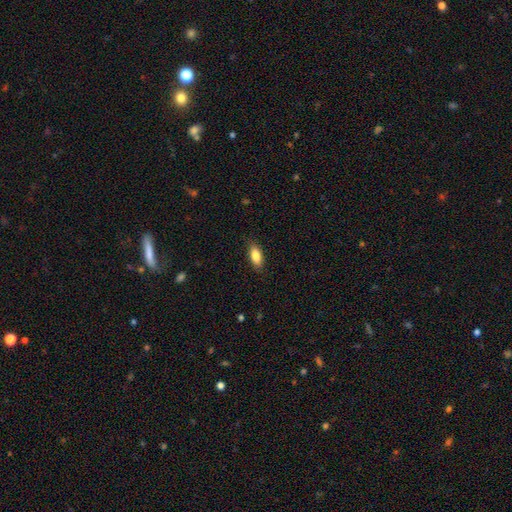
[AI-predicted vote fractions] The model was most divided on "how rounded": in between: 83%, cigar-shaped: 14%, round: 3%. More confident: merging — none (86%); smooth or featured — smooth (83%).